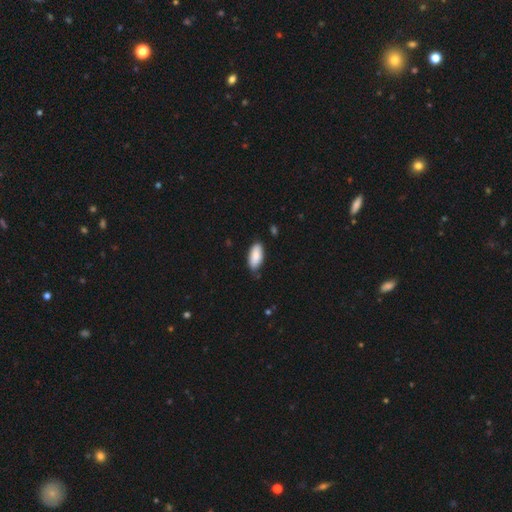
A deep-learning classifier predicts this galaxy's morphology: This appears to be a smooth galaxy with no disk features (87%) that is in between round and cigar-shaped (89%). Merging: none (78%).